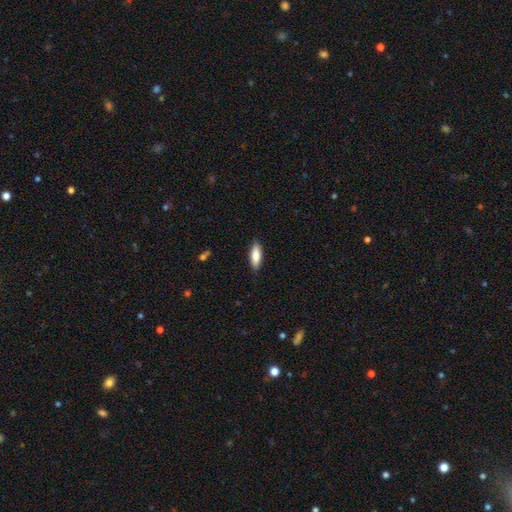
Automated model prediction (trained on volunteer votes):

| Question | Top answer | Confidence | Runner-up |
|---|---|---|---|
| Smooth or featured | smooth | 83% | featured or disk (12%) |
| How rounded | in between | 65% | cigar-shaped (33%) |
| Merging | none | 87% | minor disturbance (10%) |